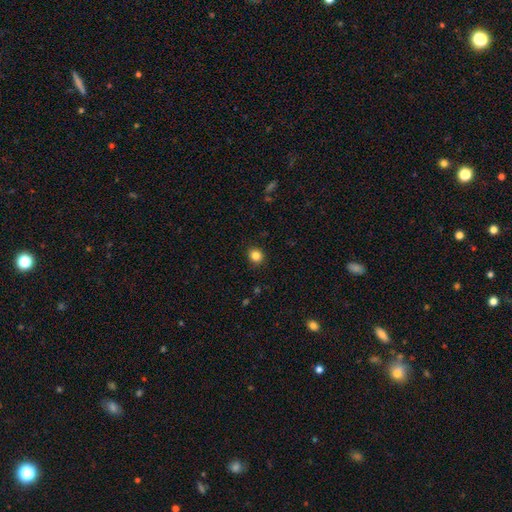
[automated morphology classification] The model was most divided on "how rounded": round: 79%, in between: 20%, cigar-shaped: 1%. More confident: merging — none (91%); smooth or featured — smooth (84%).